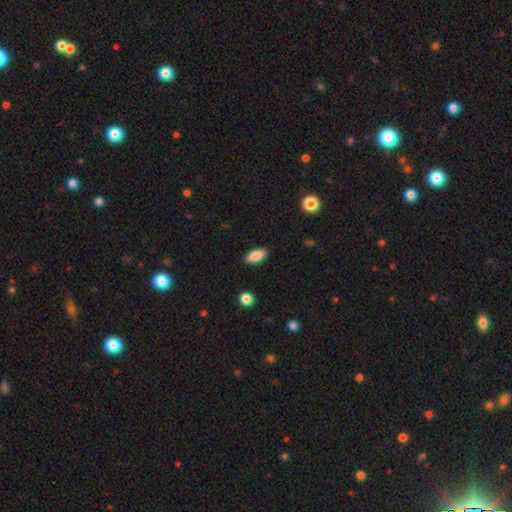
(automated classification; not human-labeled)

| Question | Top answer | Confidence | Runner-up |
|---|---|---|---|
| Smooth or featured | smooth | 87% | star or artifact (7%) |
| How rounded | in between | 85% | cigar-shaped (12%) |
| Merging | none | 88% | minor disturbance (9%) |